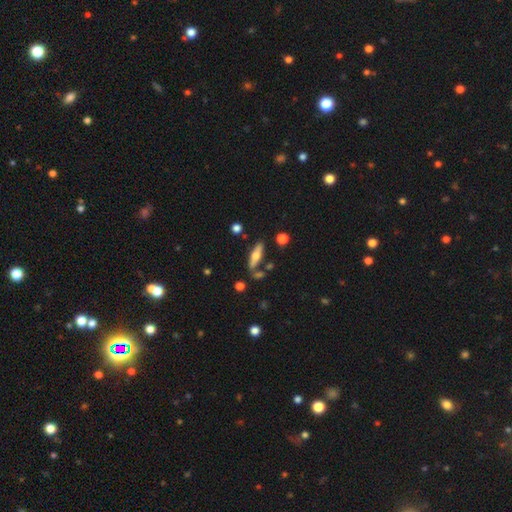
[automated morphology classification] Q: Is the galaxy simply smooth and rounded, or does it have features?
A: smooth — 50%.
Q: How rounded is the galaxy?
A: cigar-shaped — 60%.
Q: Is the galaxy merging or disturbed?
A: none — 75%.